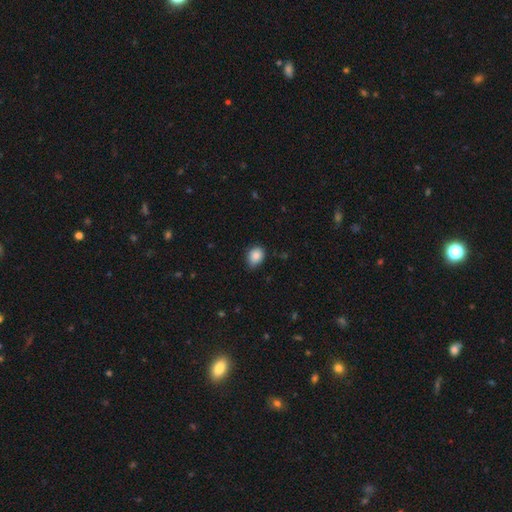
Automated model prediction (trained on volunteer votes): Smooth or featured?
  - smooth: 87% *
  - star or artifact: 8%
  - featured or disk: 5%
How rounded?
  - in between: 55% *
  - round: 44%
  - cigar-shaped: 1%
Merging?
  - none: 70% *
  - minor disturbance: 26%
  - major disturbance: 3%
  - merger: 1%